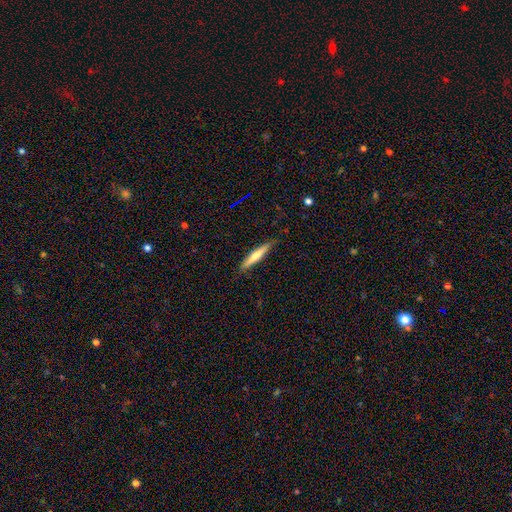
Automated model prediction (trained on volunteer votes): Smooth or featured? smooth (47%, tied with featured or disk)
Merging? none (86%)